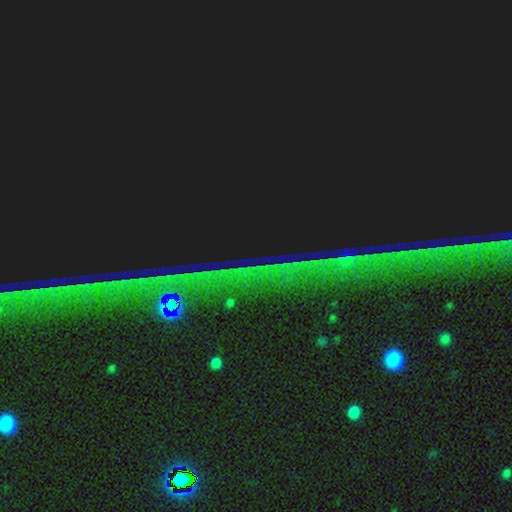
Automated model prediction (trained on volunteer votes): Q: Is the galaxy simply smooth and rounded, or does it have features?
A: star or artifact — 84%.